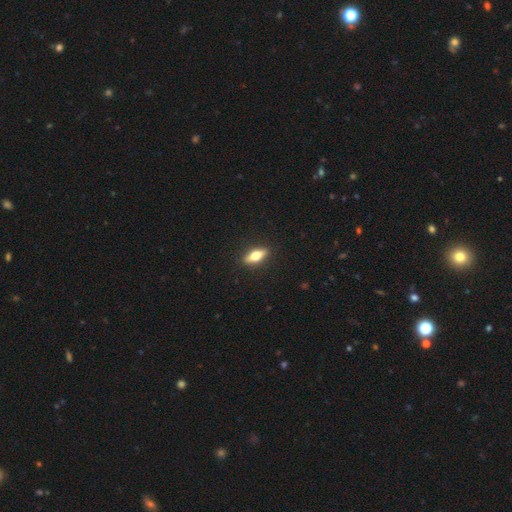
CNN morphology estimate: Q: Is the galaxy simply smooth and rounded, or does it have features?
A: smooth — 55%.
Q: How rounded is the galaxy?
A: in between — 61%.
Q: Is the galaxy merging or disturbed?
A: none — 90%.